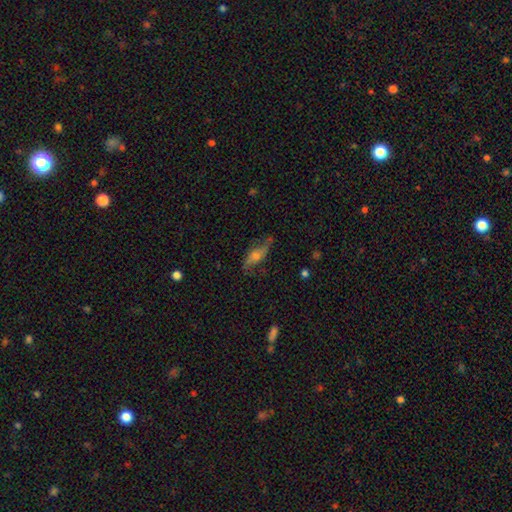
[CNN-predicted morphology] smooth-or-featured: featured or disk: 59% | smooth: 32% | star or artifact: 9%
  disk-edge-on: no: 74% | yes: 26%
  merging: none: 65% | minor disturbance: 23% | major disturbance: 11% | merger: 2%